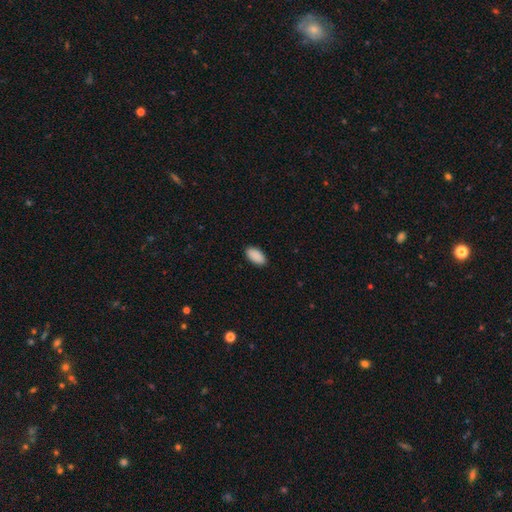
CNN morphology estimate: Smooth or featured? Predicted: smooth (p=0.91). How rounded? Predicted: in between (p=0.95). Merging? Predicted: none (p=0.90).